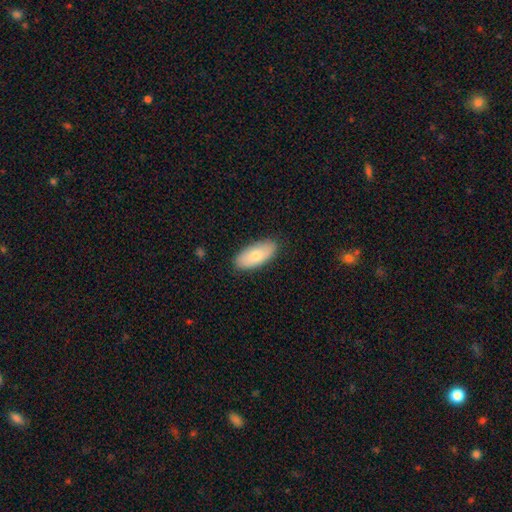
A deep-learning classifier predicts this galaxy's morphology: The model was most divided on "smooth or featured": smooth: 76%, featured or disk: 18%, star or artifact: 6%. More confident: how rounded — in between (90%); merging — none (86%).